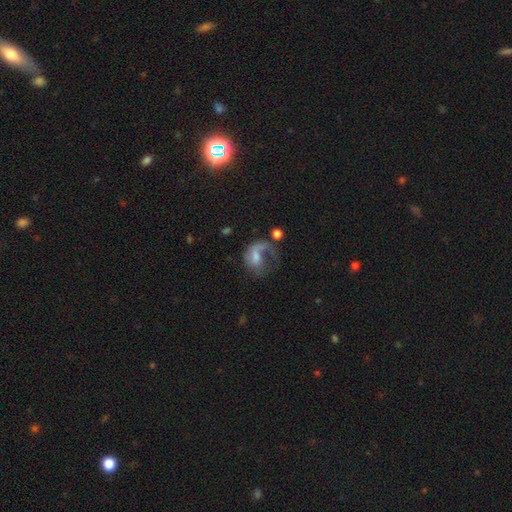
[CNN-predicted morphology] Smooth or featured?
  - featured or disk: 53% *
  - smooth: 37%
  - star or artifact: 10%
Edge-on disk?
  - no: 97% *
  - yes: 3%
Bar?
  - no: 62% *
  - weak: 31%
  - strong: 6%
Spiral arms?
  - yes: 66% *
  - no: 34%
Bulge size?
  - moderate: 36% *
  - small: 33%
  - none: 21%
  - large: 8%
  - dominant: 2%
Merging?
  - major disturbance: 55% *
  - none: 23%
  - minor disturbance: 14%
  - merger: 7%